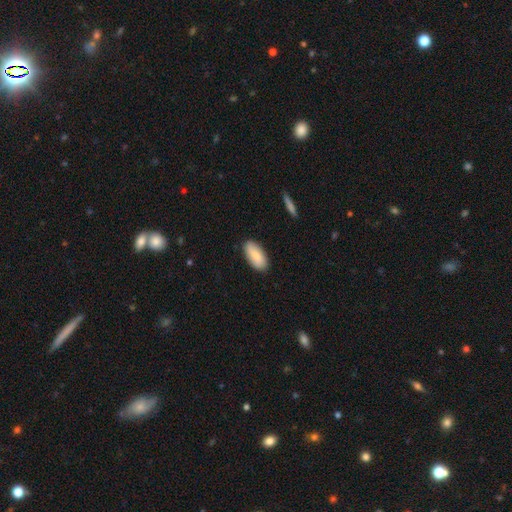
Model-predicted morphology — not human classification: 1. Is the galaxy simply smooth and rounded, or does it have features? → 87% smooth, 7% featured or disk, 6% star or artifact.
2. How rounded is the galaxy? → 90% in between, 8% cigar-shaped, 2% round.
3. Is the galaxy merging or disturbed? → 87% none, 10% minor disturbance, 2% major disturbance, 1% merger.